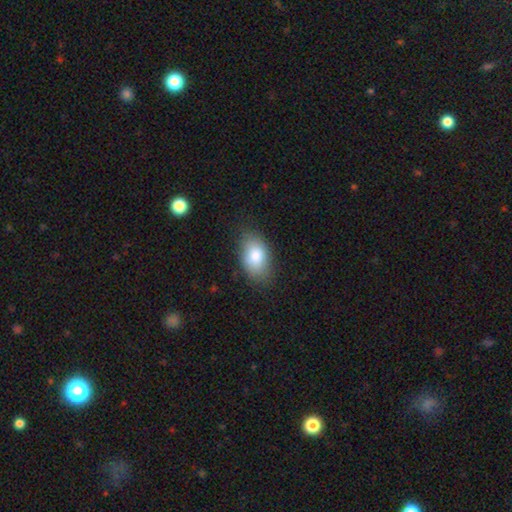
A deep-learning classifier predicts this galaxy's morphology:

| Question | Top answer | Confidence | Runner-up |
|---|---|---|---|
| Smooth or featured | smooth | 82% | featured or disk (10%) |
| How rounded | in between | 90% | round (8%) |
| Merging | none | 80% | minor disturbance (16%) |